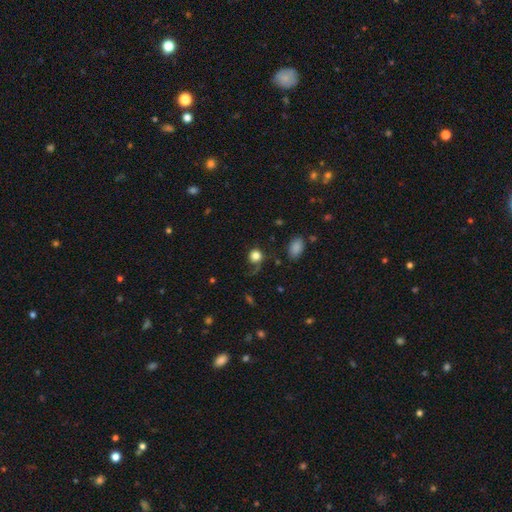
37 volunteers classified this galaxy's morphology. Smooth or featured: smooth — 81% (featured or disk — 11%)
How rounded: round — 90% (in between — 10%)
Merging: major disturbance — 59% (none — 26%)